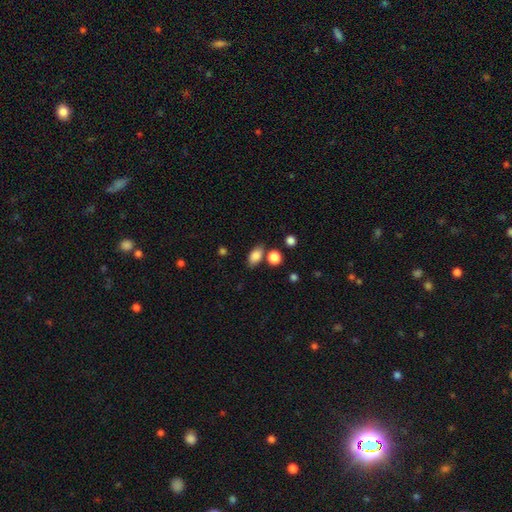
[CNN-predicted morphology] Smooth or featured? smooth (85%)
How rounded? in between (86%)
Merging? none (71%)